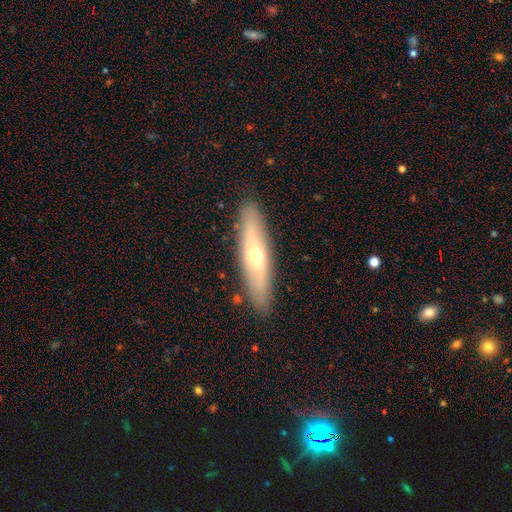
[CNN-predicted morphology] smooth-or-featured: featured or disk: 50% | smooth: 44% | star or artifact: 6%
  merging: none: 88% | minor disturbance: 9% | major disturbance: 2% | merger: 1%